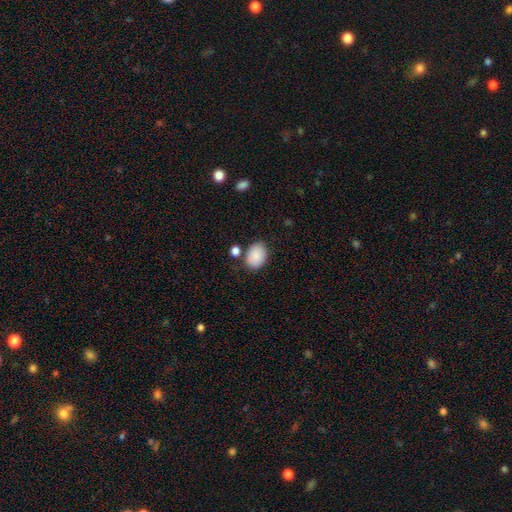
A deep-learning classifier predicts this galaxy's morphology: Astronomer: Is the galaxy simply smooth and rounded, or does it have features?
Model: smooth — 88%.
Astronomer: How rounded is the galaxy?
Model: in between — 75%.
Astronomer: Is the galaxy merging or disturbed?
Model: none — 76%.